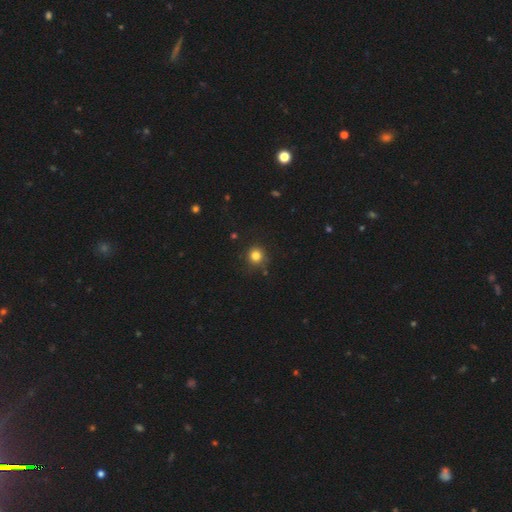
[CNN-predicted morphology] The model was most divided on "smooth or featured": smooth: 82%, star or artifact: 13%, featured or disk: 5%. More confident: how rounded — round (92%); merging — none (83%).